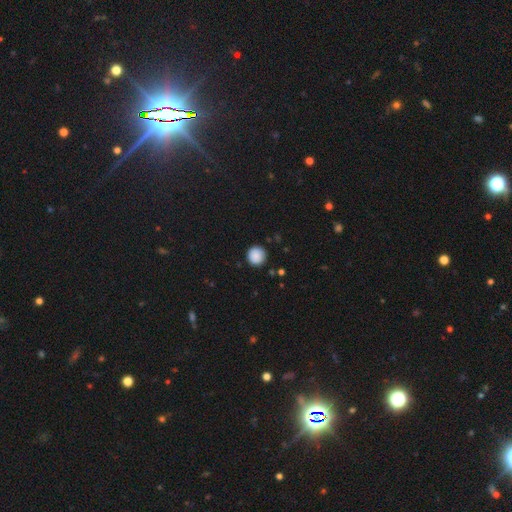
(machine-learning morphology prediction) Smooth or featured? smooth (88%)
How rounded? round (95%)
Merging? none (89%)